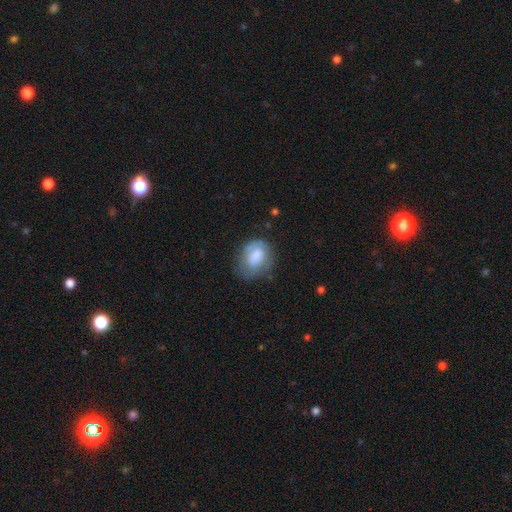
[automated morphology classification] Smooth or featured? Predicted: smooth (p=0.70). How rounded? Predicted: in between (p=0.56). Merging? Predicted: none (p=0.56).